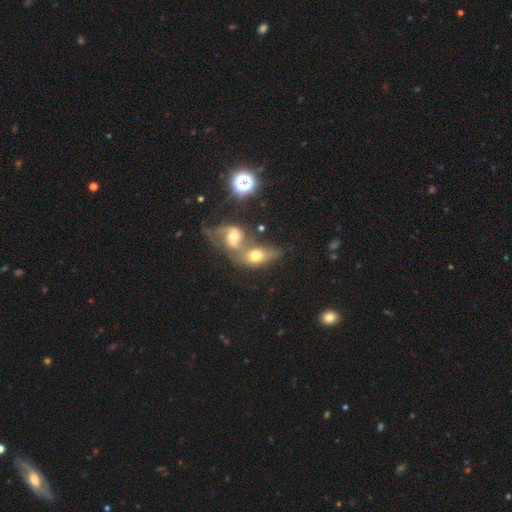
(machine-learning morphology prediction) Q: Smooth or featured?
A: smooth (52%); runner-up: featured or disk (36%)
Q: How rounded?
A: in between (66%); runner-up: round (29%)
Q: Merging?
A: merger (68%); runner-up: none (17%)